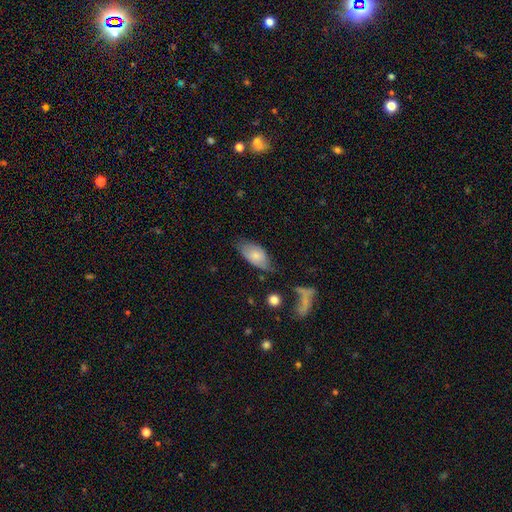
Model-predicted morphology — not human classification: Smooth or featured? smooth (74%)
How rounded? in between (92%)
Merging? none (55%)